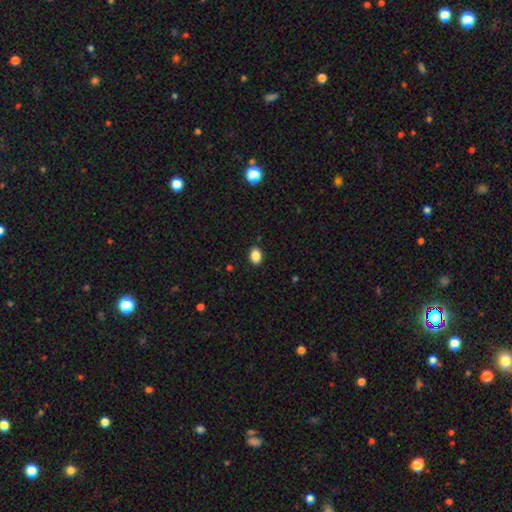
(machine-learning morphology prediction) Smooth or featured? smooth (87%)
How rounded? in between (80%)
Merging? none (90%)